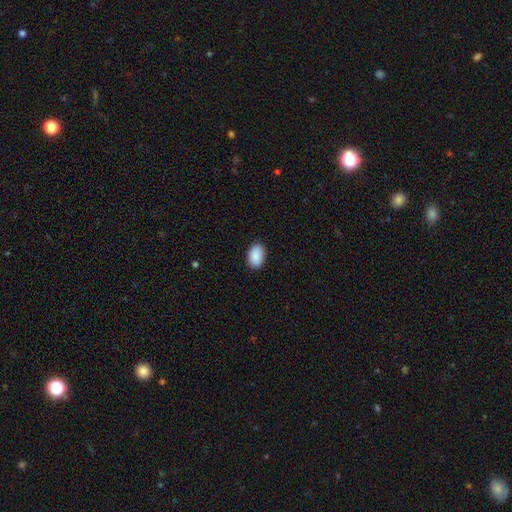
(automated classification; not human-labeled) Smooth or featured? Predicted: smooth (p=0.90). How rounded? Predicted: in between (p=0.89). Merging? Predicted: none (p=0.88).